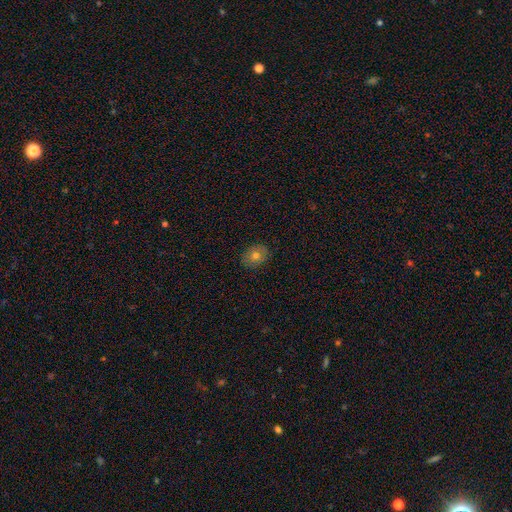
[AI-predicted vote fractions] smooth_or_featured: smooth (p=0.72) [alt: featured or disk p=0.17]
how_rounded: in between (p=0.60) [alt: round p=0.39]
merging: none (p=0.87) [alt: minor disturbance p=0.10]